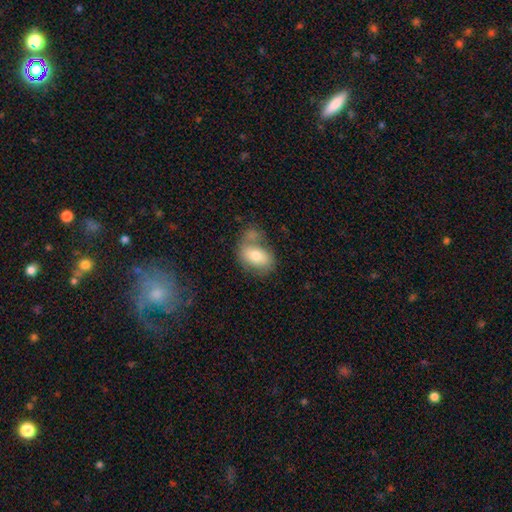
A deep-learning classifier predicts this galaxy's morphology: Smooth or featured: smooth — 71% (featured or disk — 21%)
How rounded: in between — 82% (round — 16%)
Merging: none — 41% (merger — 27%)